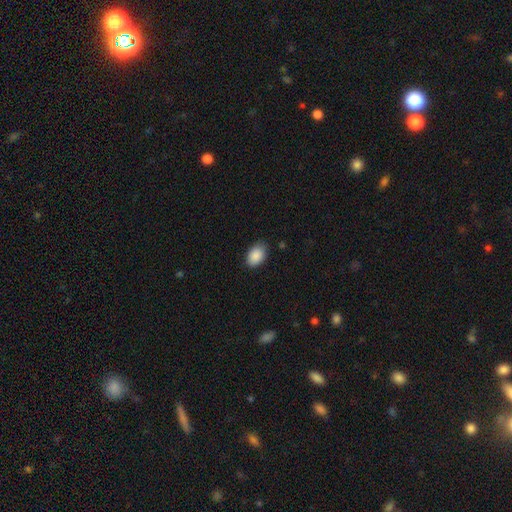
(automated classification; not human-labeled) Morphology: type=smooth (89%); roundness=in between (87%); merging=none (80%).